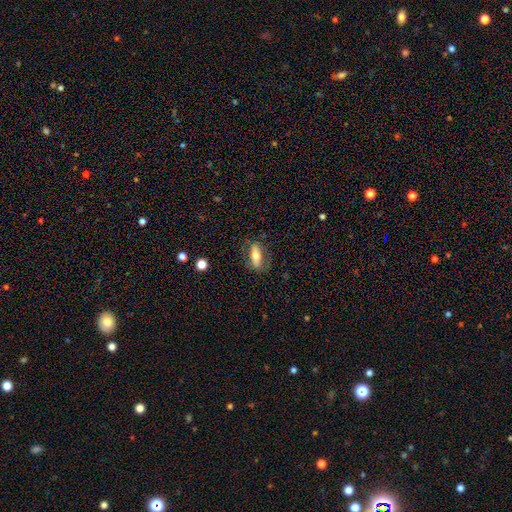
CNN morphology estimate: This is possibly a smooth galaxy (53%). How rounded: possibly in between (58%). Merging: likely none (75%).